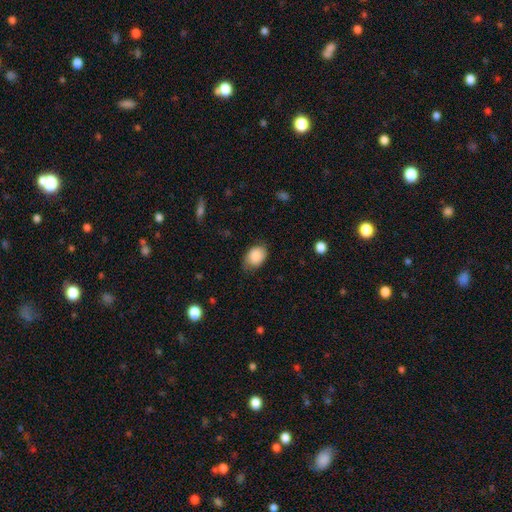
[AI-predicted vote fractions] Morphology: type=smooth (85%); roundness=in between (75%); merging=none (66%).